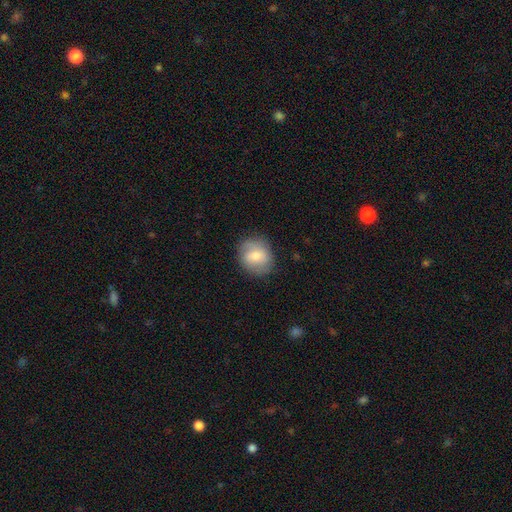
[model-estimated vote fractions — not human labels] This is likely a smooth galaxy (63%). How rounded: likely round (69%). Merging: likely none (78%).